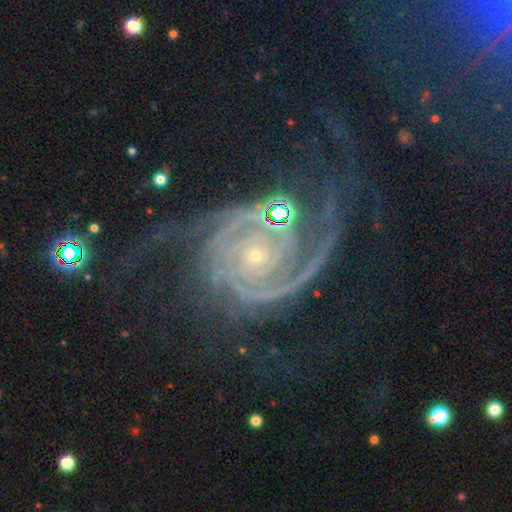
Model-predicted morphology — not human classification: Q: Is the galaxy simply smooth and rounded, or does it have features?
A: featured or disk — 90%.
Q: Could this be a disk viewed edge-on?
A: no — 98%.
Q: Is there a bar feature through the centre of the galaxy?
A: no — 73%.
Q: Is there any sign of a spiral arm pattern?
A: yes — 98%.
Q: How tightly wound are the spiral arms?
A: tight — 58%.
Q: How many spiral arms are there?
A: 2 — 51%.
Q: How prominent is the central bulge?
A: small — 82%.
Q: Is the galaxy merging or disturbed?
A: none — 52%.